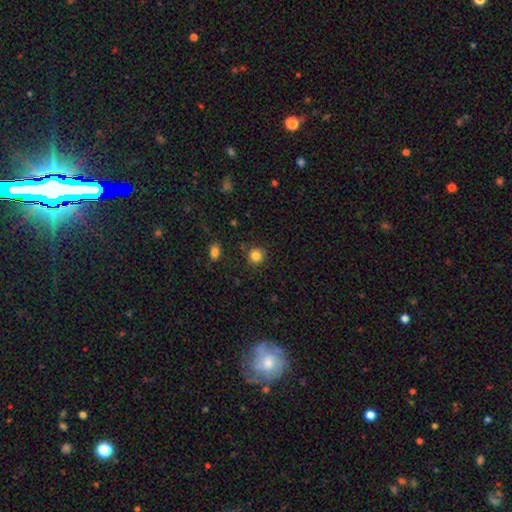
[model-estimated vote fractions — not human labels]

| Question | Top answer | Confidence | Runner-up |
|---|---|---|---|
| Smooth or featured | smooth | 84% | star or artifact (12%) |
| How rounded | round | 91% | in between (8%) |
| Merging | none | 87% | minor disturbance (9%) |